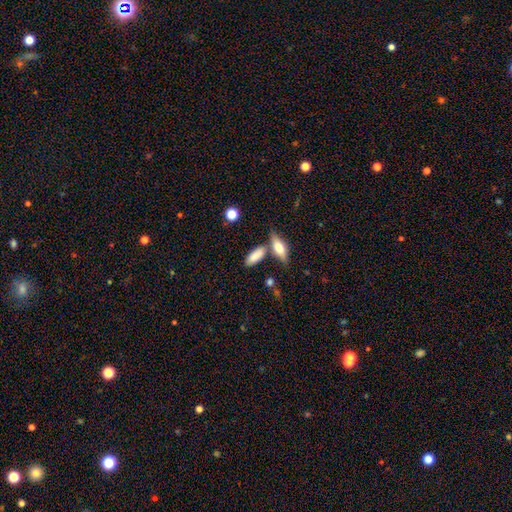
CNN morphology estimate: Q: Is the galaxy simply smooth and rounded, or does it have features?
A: smooth — 83%.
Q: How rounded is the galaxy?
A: in between — 75%.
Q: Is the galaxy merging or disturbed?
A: none — 62%.